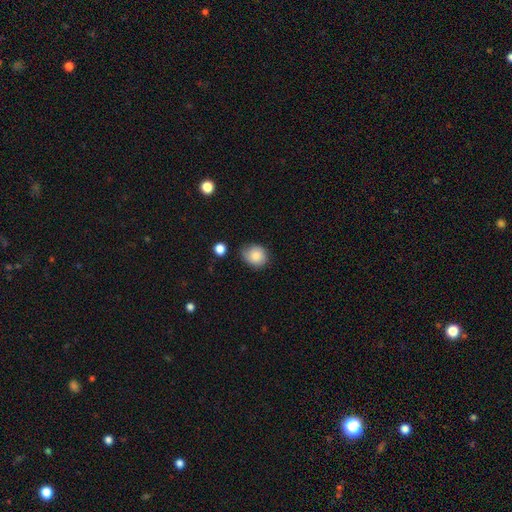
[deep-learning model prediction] smooth_or_featured: smooth (p=0.80) [alt: featured or disk p=0.11]
how_rounded: round (p=0.69) [alt: in between p=0.30]
merging: none (p=0.67) [alt: minor disturbance p=0.26]